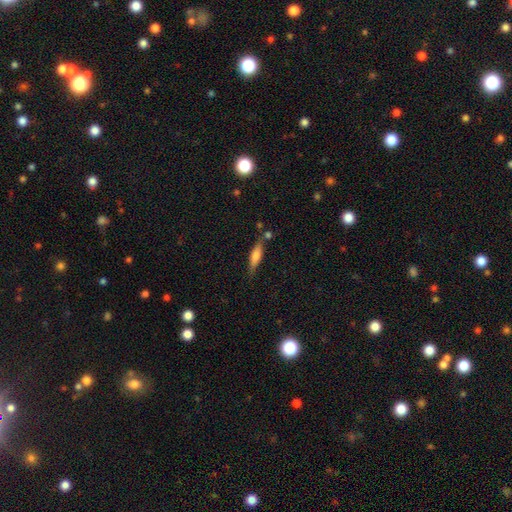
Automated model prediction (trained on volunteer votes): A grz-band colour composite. It shows a smooth galaxy with no disk features (61%) that is cigar-shaped (68%). Merging: none (70%).